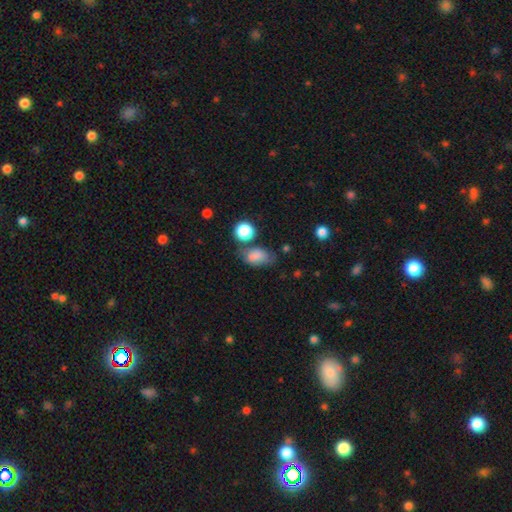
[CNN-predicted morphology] type=smooth (81%); roundness=in between (83%); merging=none (49%).